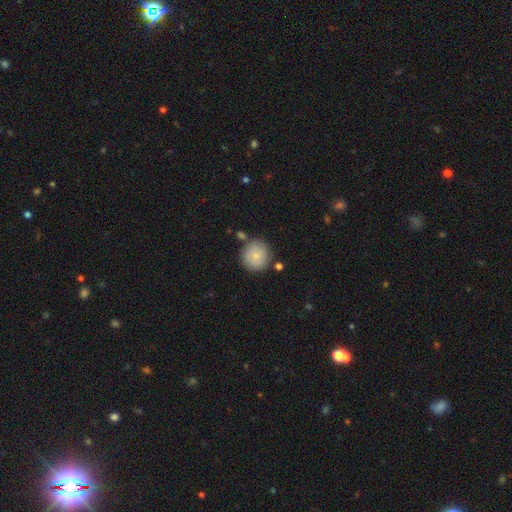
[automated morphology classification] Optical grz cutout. It shows a smooth galaxy with no disk features (76%) that is round (91%). Merging: none (77%).